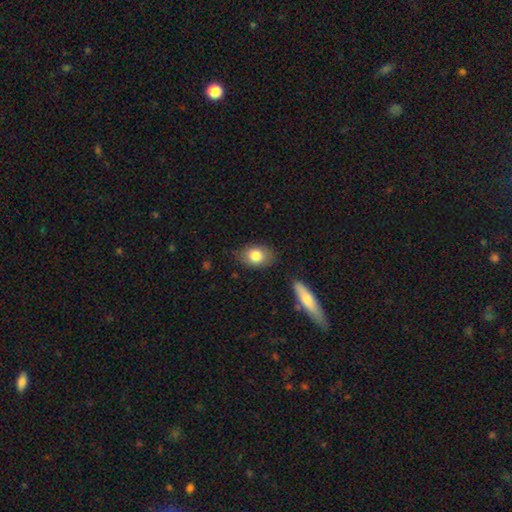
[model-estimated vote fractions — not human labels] This is clearly a smooth galaxy (80%). How rounded: likely in between (73%). Merging: likely none (77%).